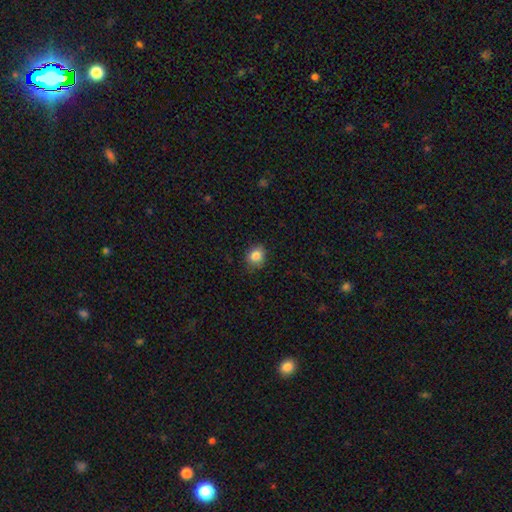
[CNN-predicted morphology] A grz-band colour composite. It shows a smooth galaxy with no disk features (85%) that is round (64%). Merging: none (80%).